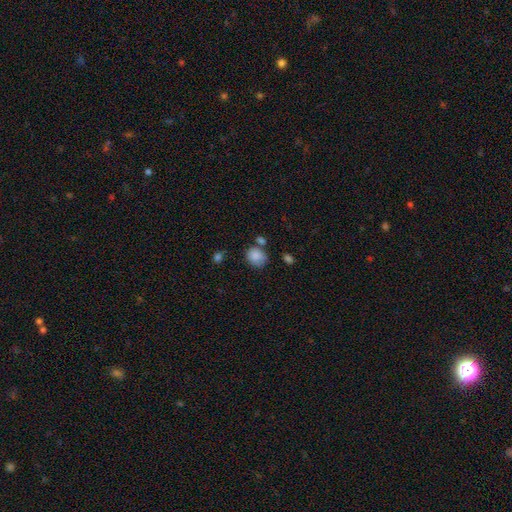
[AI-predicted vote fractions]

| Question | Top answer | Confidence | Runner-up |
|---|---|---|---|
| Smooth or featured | smooth | 85% | star or artifact (9%) |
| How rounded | round | 67% | in between (32%) |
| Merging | none | 58% | minor disturbance (22%) |